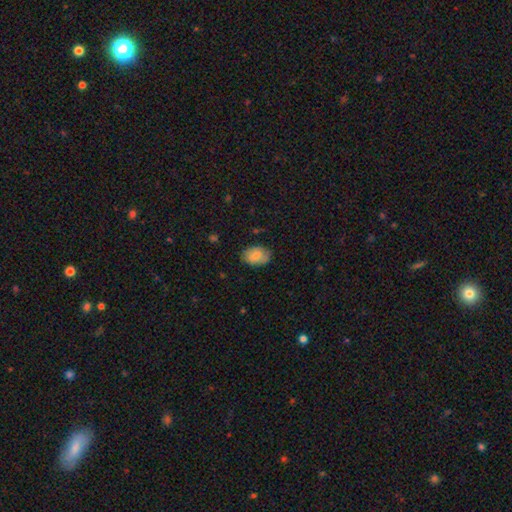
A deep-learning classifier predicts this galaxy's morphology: smooth 78%, featured or disk 15%, star or artifact 7%. Down the decision tree: how rounded — in between (83%); merging — none (78%).